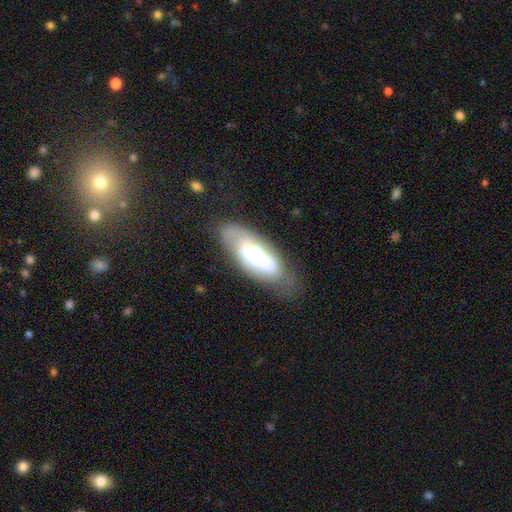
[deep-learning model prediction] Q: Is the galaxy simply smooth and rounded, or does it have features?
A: featured or disk — 47%.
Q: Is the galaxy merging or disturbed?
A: none — 51%.